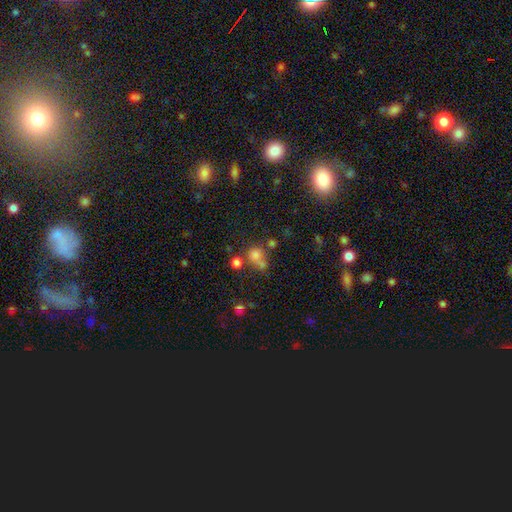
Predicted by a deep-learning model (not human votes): smooth-or-featured: smooth: 68% | star or artifact: 21% | featured or disk: 11%
  how-rounded: round: 77% | in between: 22% | cigar-shaped: 2%
  merging: none: 46% | merger: 32% | minor disturbance: 13% | major disturbance: 9%